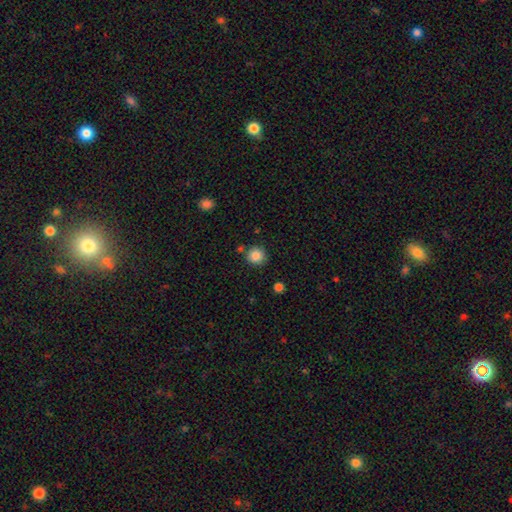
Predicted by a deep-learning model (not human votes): This is clearly a smooth galaxy (86%). How rounded: clearly round (94%). Merging: clearly none (83%).